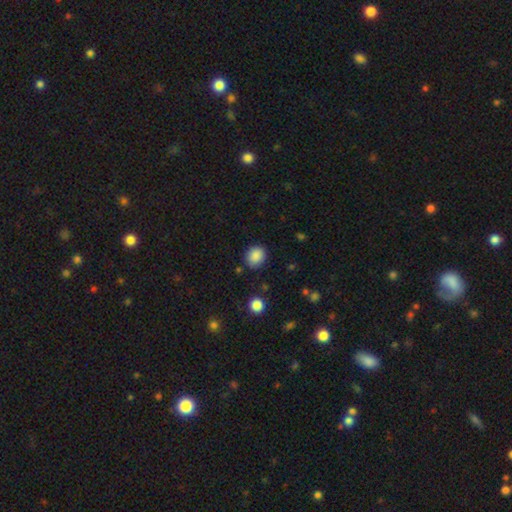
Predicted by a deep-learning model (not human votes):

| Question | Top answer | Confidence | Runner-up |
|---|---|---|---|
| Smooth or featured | smooth | 87% | star or artifact (9%) |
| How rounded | round | 74% | in between (25%) |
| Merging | none | 85% | minor disturbance (10%) |